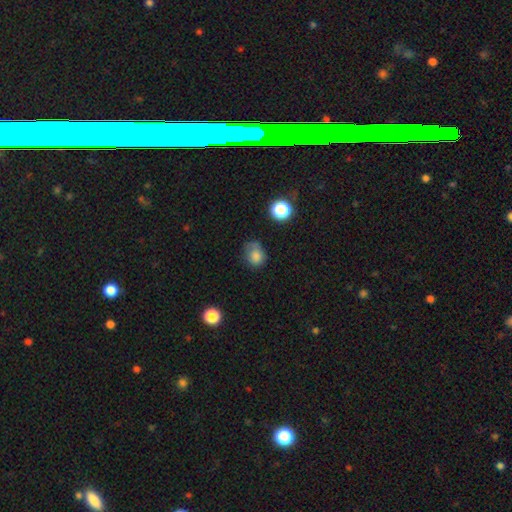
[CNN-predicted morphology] Smooth or featured?
  - smooth: 78% *
  - star or artifact: 12%
  - featured or disk: 10%
How rounded?
  - round: 56% *
  - in between: 43%
  - cigar-shaped: 1%
Merging?
  - none: 46% *
  - minor disturbance: 33%
  - major disturbance: 18%
  - merger: 3%